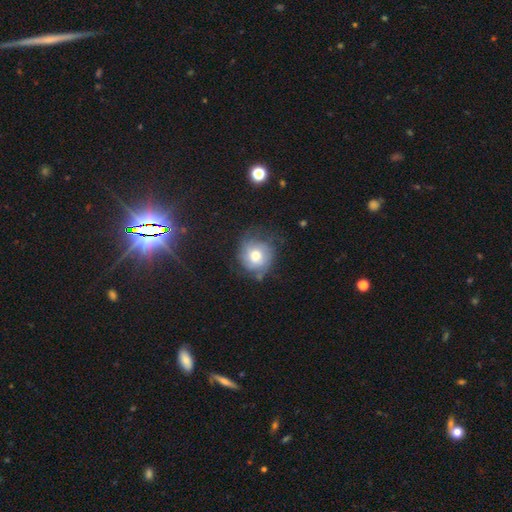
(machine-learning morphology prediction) type=featured or disk (47%); merging=none (59%).